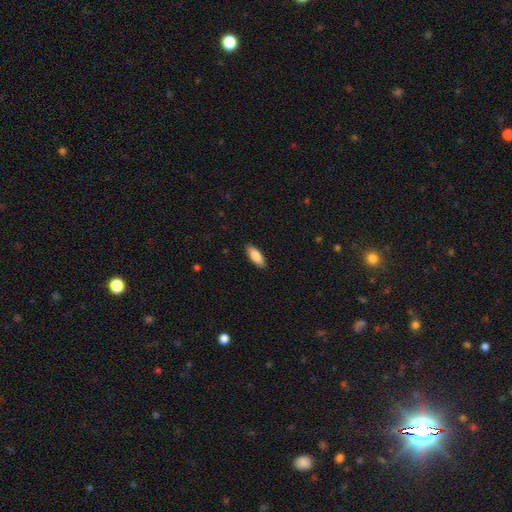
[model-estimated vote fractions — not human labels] A smooth galaxy with no disk features (85%) that is in between round and cigar-shaped (70%).

Vote fractions:
- Smooth or featured? smooth: 85% / featured or disk: 9% / star or artifact: 6%
- How rounded? in between: 70% / cigar-shaped: 28% / round: 2%
- Merging? none: 88% / minor disturbance: 9% / major disturbance: 2% / merger: 1%